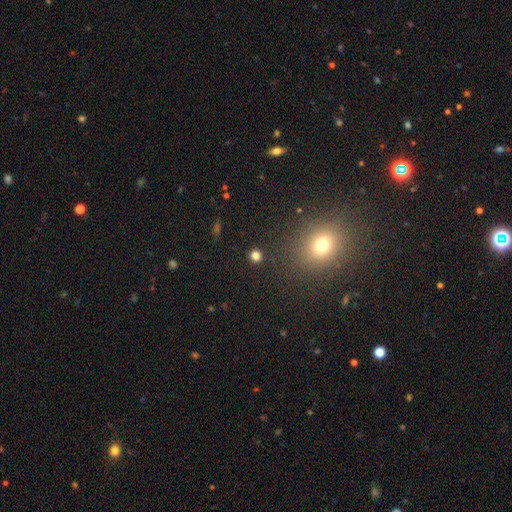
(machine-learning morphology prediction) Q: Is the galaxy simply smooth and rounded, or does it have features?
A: smooth — 79%.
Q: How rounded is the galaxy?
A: round — 86%.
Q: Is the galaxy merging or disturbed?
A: none — 89%.